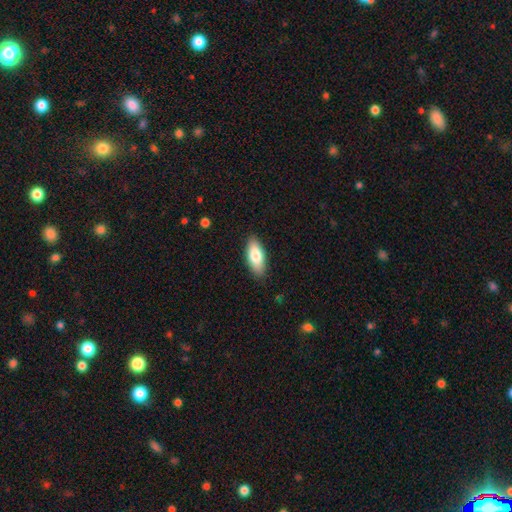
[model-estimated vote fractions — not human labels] smooth-or-featured: smooth: 79% | featured or disk: 15% | star or artifact: 6%
  how-rounded: in between: 82% | cigar-shaped: 16% | round: 2%
  merging: none: 87% | minor disturbance: 10% | major disturbance: 2% | merger: 1%